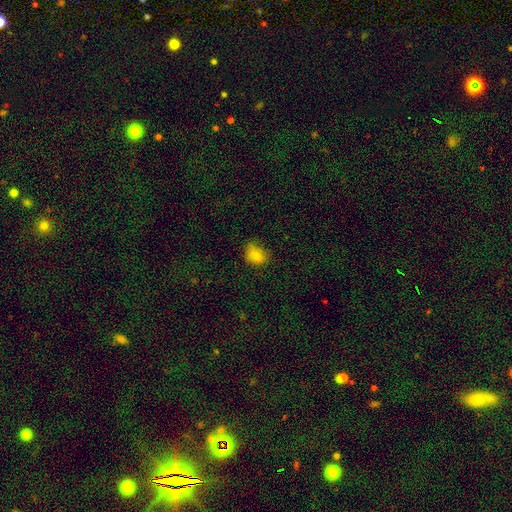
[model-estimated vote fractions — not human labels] A smooth galaxy with no disk features (79%) that is in between round and cigar-shaped (53%).

Vote fractions:
- Smooth or featured? smooth: 79% / star or artifact: 12% / featured or disk: 9%
- How rounded? in between: 53% / round: 46% / cigar-shaped: 1%
- Merging? none: 60% / minor disturbance: 30% / major disturbance: 8% / merger: 2%